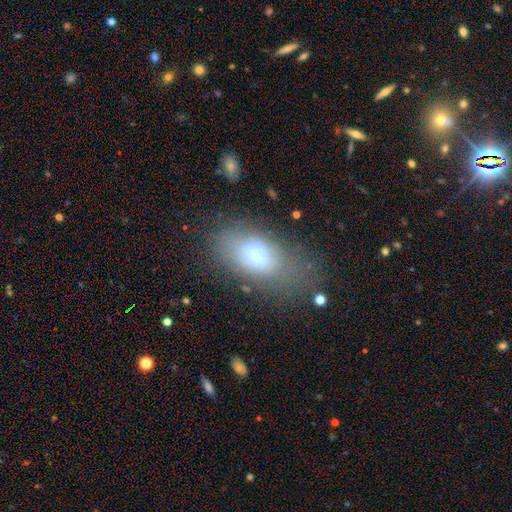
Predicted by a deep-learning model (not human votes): A smooth galaxy with no disk features (62%) that is in between round and cigar-shaped (88%). Merging: none (50%).